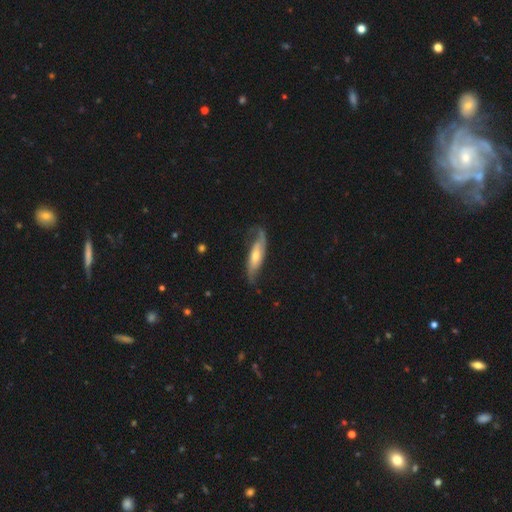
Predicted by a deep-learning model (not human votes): Overall: featured or disk (67%; smooth 27%). Edge-on disk: no (73%). Merging: none (62%; minor disturbance 24%).